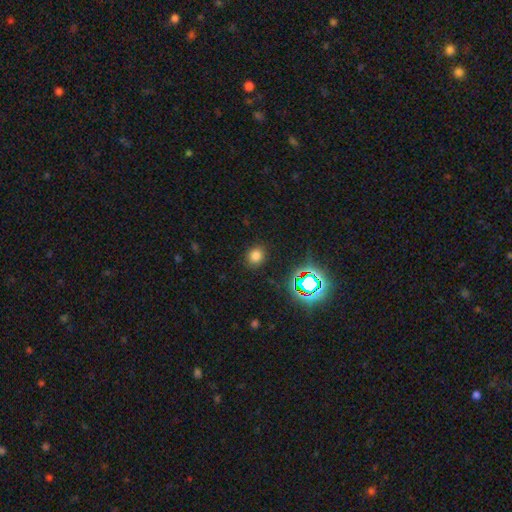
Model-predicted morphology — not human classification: The model was most divided on "how rounded": round: 76%, in between: 23%, cigar-shaped: 1%. More confident: merging — none (88%); smooth or featured — smooth (73%).